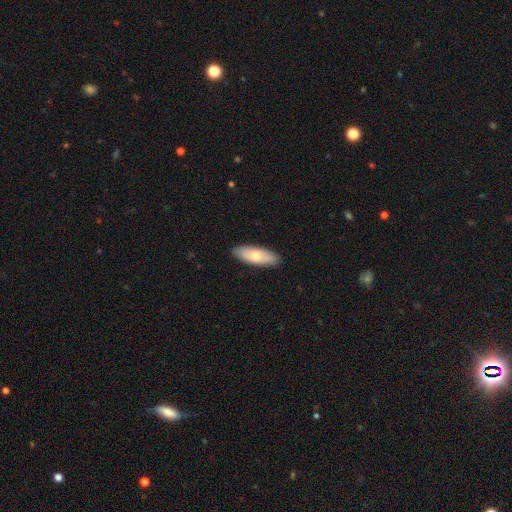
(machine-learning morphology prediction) This is likely a smooth galaxy (75%). How rounded: likely in between (70%). Merging: clearly none (88%).